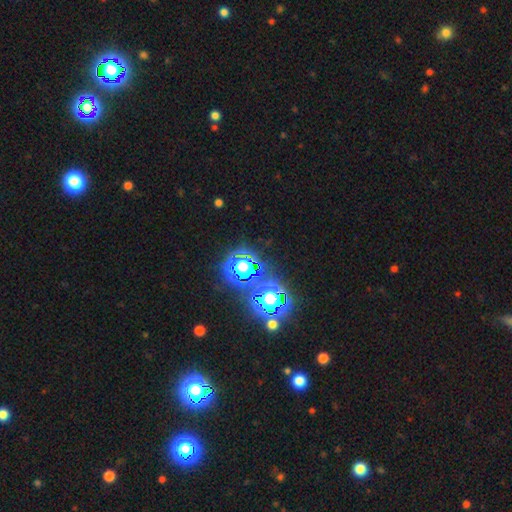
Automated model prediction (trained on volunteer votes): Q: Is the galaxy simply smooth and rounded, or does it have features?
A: star or artifact — 78%.